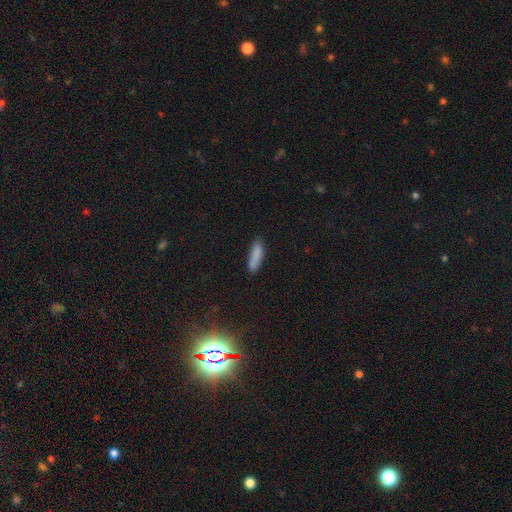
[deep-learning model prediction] Overall: smooth (87%). How rounded: cigar-shaped (55%; in between 43%). Merging: none (80%).